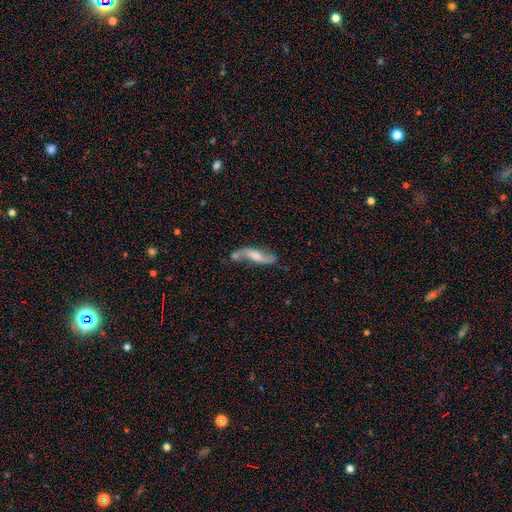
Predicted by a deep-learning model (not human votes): Smooth or featured?
  - featured or disk: 59% *
  - smooth: 34%
  - star or artifact: 7%
Edge-on disk?
  - no: 79% *
  - yes: 21%
Merging?
  - none: 41% *
  - merger: 28%
  - minor disturbance: 20%
  - major disturbance: 11%